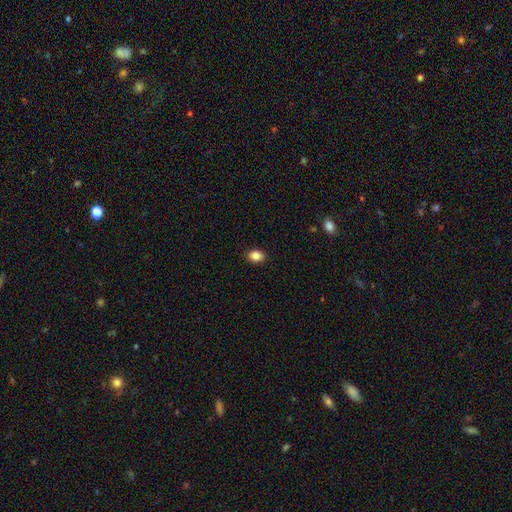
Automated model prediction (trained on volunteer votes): smooth_or_featured: smooth (p=0.86) [alt: star or artifact p=0.09]
how_rounded: in between (p=0.64) [alt: round p=0.35]
merging: none (p=0.90) [alt: minor disturbance p=0.07]